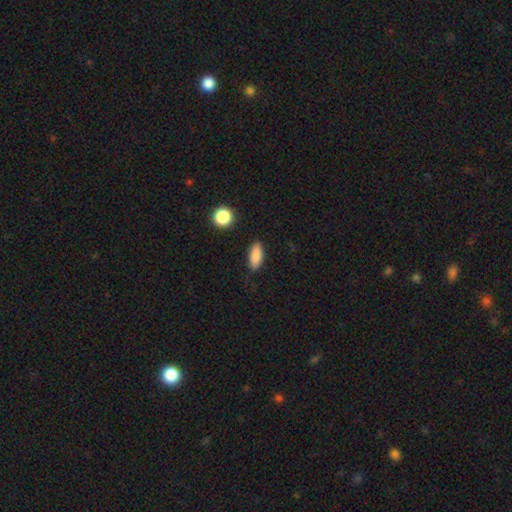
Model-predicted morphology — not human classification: A smooth galaxy with no disk features (88%) that is in between round and cigar-shaped (79%). Merging: none (86%).